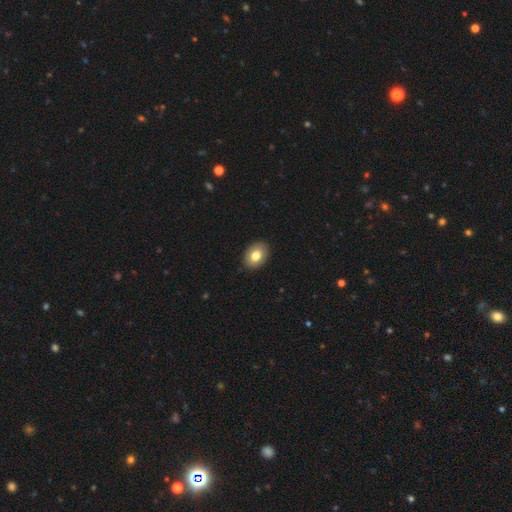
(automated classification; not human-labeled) The model was most divided on "how rounded": in between: 76%, round: 23%, cigar-shaped: 1%. More confident: merging — none (90%); smooth or featured — smooth (80%).